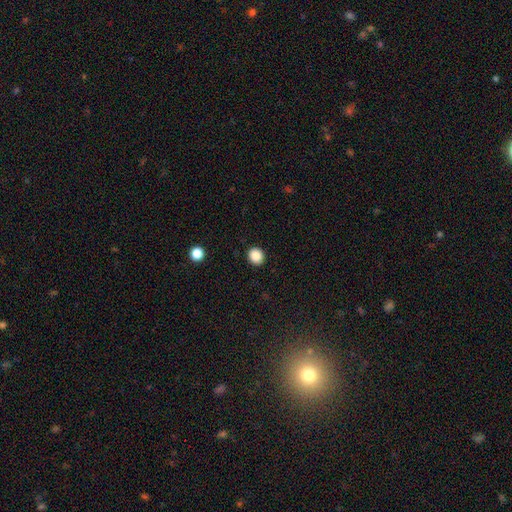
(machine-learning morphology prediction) A smooth galaxy with no disk features (88%) that is round (78%).

Vote fractions:
- Smooth or featured? smooth: 88% / star or artifact: 9% / featured or disk: 3%
- How rounded? round: 78% / in between: 21% / cigar-shaped: 1%
- Merging? none: 92% / minor disturbance: 5% / major disturbance: 2% / merger: 1%